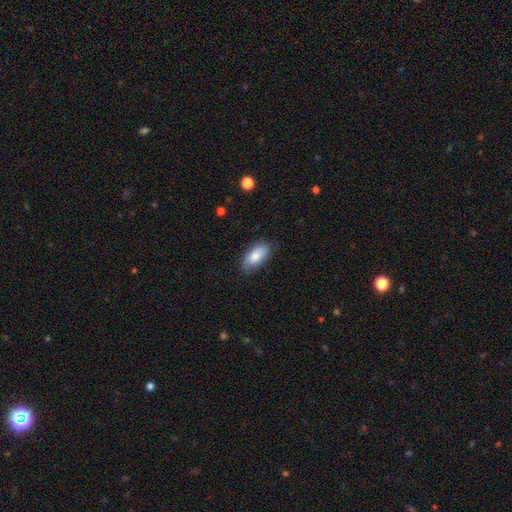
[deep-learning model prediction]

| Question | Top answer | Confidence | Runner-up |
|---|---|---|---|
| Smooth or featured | smooth | 82% | featured or disk (12%) |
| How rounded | in between | 91% | cigar-shaped (6%) |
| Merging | none | 80% | minor disturbance (16%) |